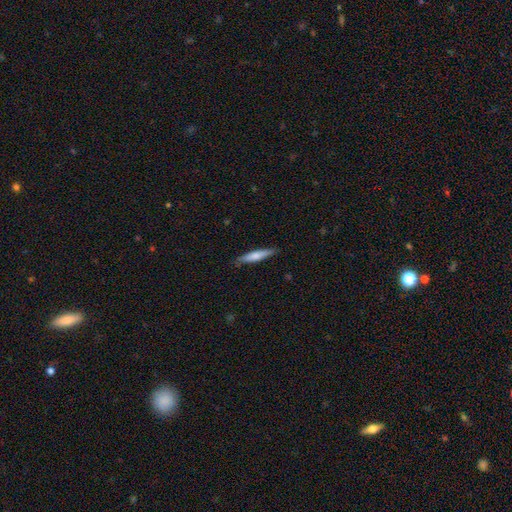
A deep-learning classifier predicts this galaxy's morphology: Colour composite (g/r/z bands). It shows a smooth galaxy with no disk features (64%) that is cigar-shaped (89%). Merging: none (86%).